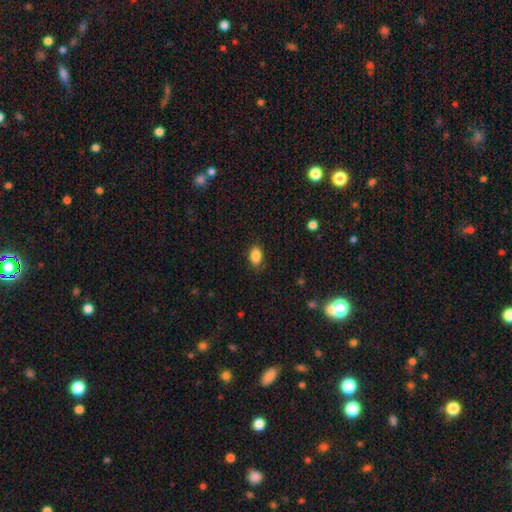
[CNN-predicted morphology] This is clearly a smooth galaxy (87%). How rounded: clearly in between (86%). Merging: clearly none (82%).